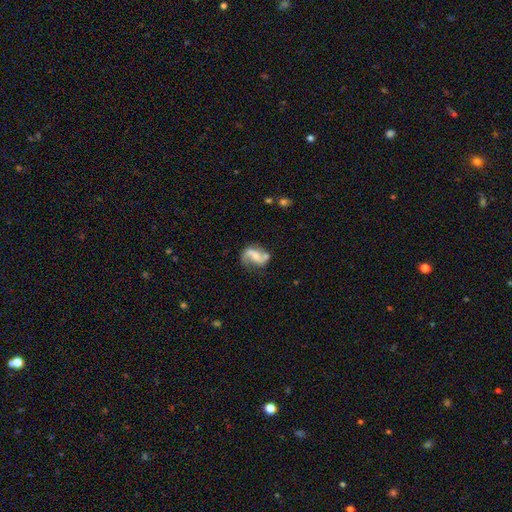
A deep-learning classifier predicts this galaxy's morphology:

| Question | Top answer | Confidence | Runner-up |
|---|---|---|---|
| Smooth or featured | featured or disk | 74% | smooth (19%) |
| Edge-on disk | no | 97% | yes (3%) |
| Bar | no | 41% | weak (38%) |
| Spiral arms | yes | 90% | no (10%) |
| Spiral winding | loose | 63% | medium (29%) |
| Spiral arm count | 2 | 86% | 1 (7%) |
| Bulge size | small | 44% | moderate (36%) |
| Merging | none | 55% | minor disturbance (22%) |